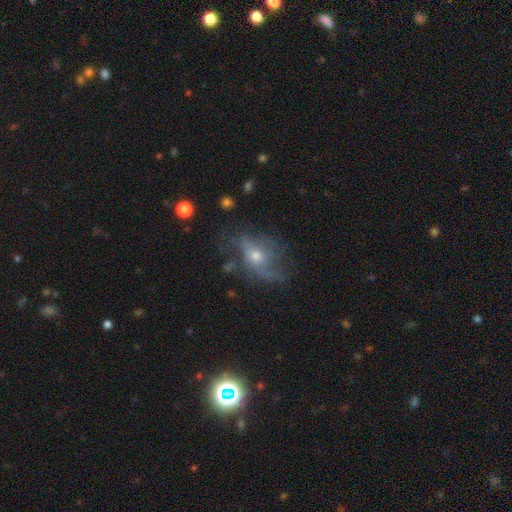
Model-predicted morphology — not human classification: featured or disk 57%, smooth 30%, star or artifact 13%. Down the decision tree: edge-on disk — no (90%); bar — no (76%); spiral arms — yes (57%); bulge size — moderate (52%); merging — none (43%).